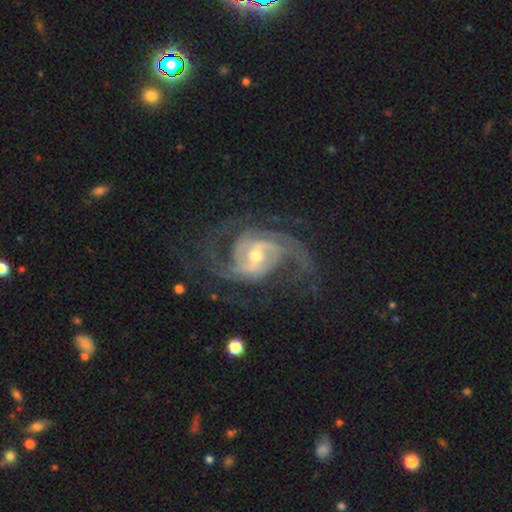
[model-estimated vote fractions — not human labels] A featured or disk galaxy (92%) with a weak bar (46%), 2 (53%) medium (51%) spiral arms (98%) and a moderate central bulge (55%).

Vote fractions:
- Smooth or featured? featured or disk: 92% / star or artifact: 5% / smooth: 4%
- Edge-on disk? no: 97% / yes: 3%
- Bar? weak: 46% / strong: 30% / no: 24%
- Spiral arms? yes: 98% / no: 2%
- Spiral winding? medium: 51% / tight: 25% / loose: 24%
- Spiral arm count? 2: 53% / 3: 21% / can't tell: 11% / 4: 7% / 1: 5% / more than 4: 5%
- Bulge size? moderate: 55% / small: 40% / large: 4% / none: 1% / dominant: 1%
- Merging? none: 65% / major disturbance: 17% / minor disturbance: 16% / merger: 2%